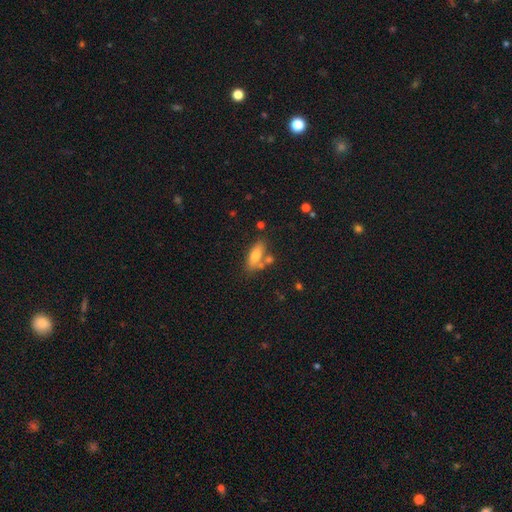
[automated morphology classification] Overall: smooth (75%). How rounded: in between (74%). Merging: none (62%).